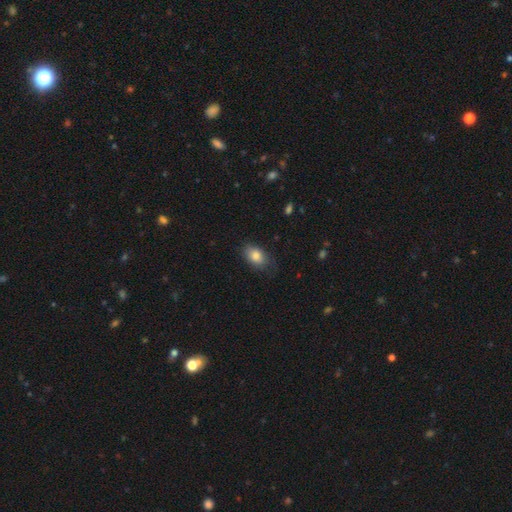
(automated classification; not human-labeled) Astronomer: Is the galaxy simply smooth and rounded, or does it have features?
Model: smooth — 83%.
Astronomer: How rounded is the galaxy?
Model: in between — 87%.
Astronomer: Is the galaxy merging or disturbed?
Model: none — 76%.